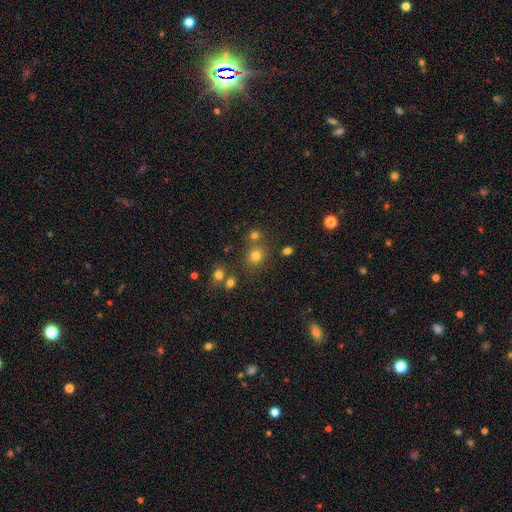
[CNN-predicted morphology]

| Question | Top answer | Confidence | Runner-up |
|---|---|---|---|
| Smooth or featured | smooth | 73% | star or artifact (19%) |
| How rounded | round | 81% | in between (18%) |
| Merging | none | 69% | merger (17%) |